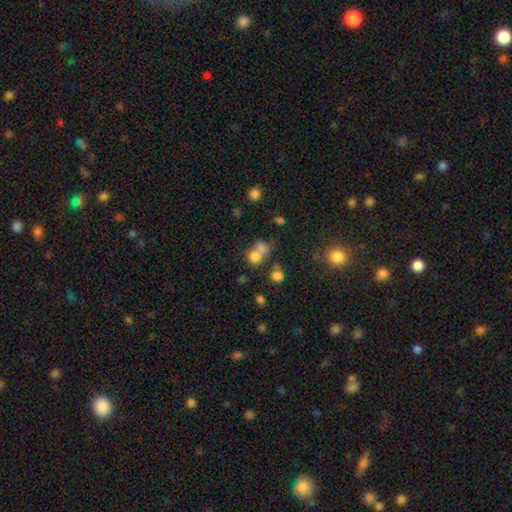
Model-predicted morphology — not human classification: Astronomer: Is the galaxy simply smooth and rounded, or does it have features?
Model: smooth — 73%.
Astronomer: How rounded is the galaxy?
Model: round — 78%.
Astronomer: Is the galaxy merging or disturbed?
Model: merger — 45% (runner-up: none, 41%).